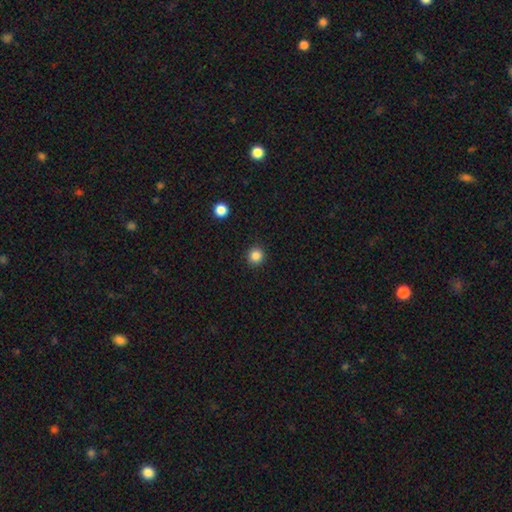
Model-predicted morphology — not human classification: Q: Smooth or featured?
A: smooth (85%); runner-up: star or artifact (11%)
Q: How rounded?
A: round (93%); runner-up: in between (6%)
Q: Merging?
A: none (92%); runner-up: minor disturbance (5%)